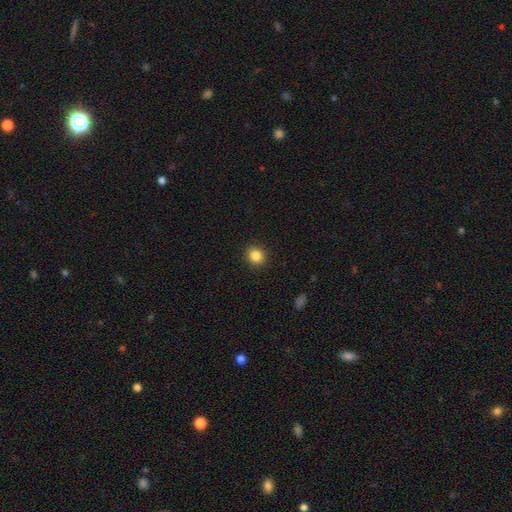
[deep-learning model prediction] A smooth galaxy with no disk features (85%) that is round (84%). Merging: none (92%).